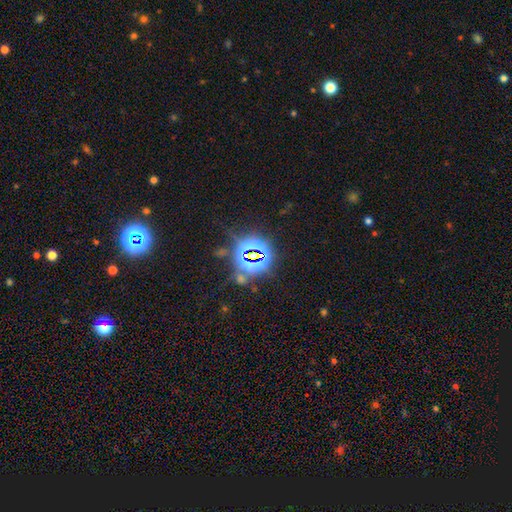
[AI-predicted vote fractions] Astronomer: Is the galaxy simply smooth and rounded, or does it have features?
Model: star or artifact — 83%.